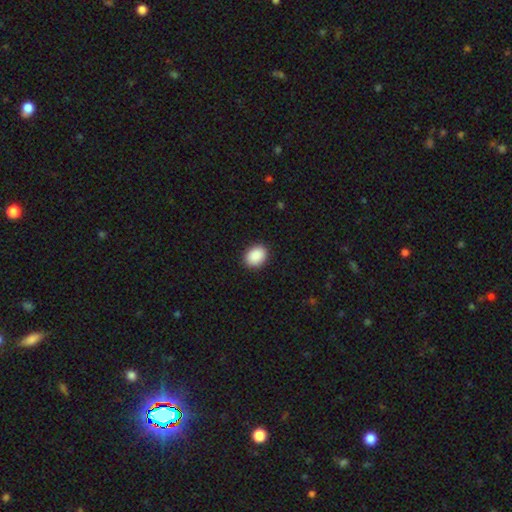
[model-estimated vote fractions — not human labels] A smooth galaxy with no disk features (90%) that is in between round and cigar-shaped (65%). Merging: none (90%).